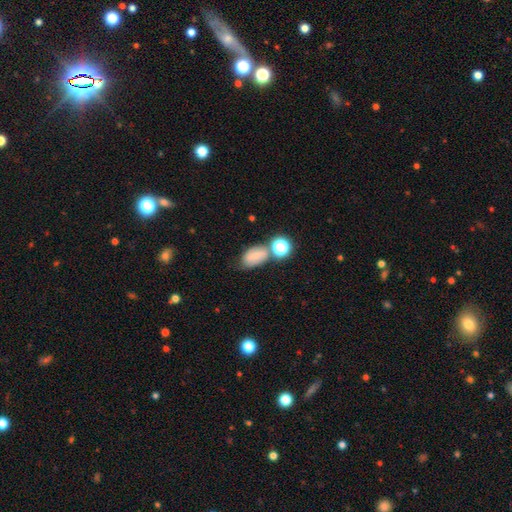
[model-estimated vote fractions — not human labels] smooth-or-featured: smooth: 66% | featured or disk: 19% | star or artifact: 15%
  how-rounded: in between: 83% | round: 15% | cigar-shaped: 2%
  merging: none: 50% | merger: 22% | minor disturbance: 21% | major disturbance: 7%